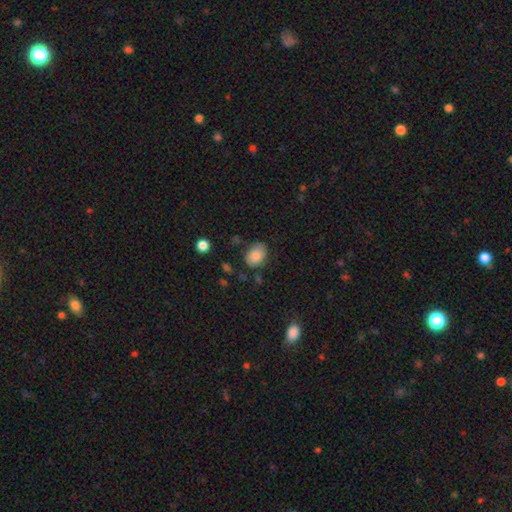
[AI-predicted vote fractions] smooth_or_featured: smooth (p=0.85) [alt: star or artifact p=0.08]
how_rounded: in between (p=0.74) [alt: round p=0.25]
merging: none (p=0.73) [alt: minor disturbance p=0.19]